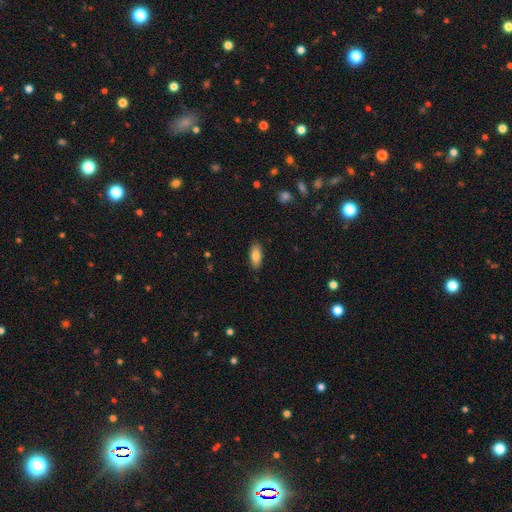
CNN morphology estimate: Smooth or featured?
  - smooth: 84% *
  - featured or disk: 9%
  - star or artifact: 7%
How rounded?
  - in between: 85% *
  - cigar-shaped: 12%
  - round: 2%
Merging?
  - none: 88% *
  - minor disturbance: 9%
  - major disturbance: 2%
  - merger: 1%